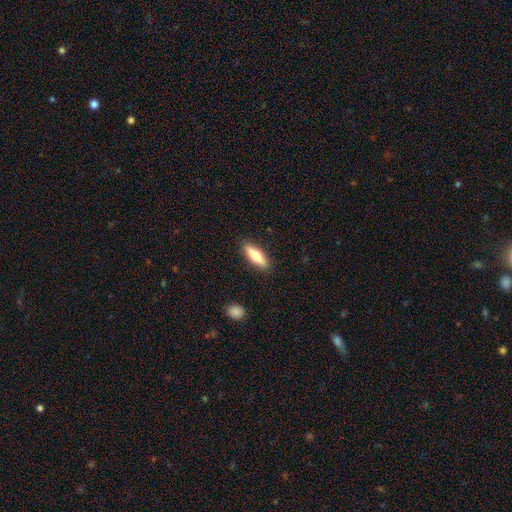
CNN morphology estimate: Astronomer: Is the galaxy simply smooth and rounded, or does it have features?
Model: smooth — 68%.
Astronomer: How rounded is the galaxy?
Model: cigar-shaped — 51% (runner-up: in between, 47%).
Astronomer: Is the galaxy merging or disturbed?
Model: none — 88%.